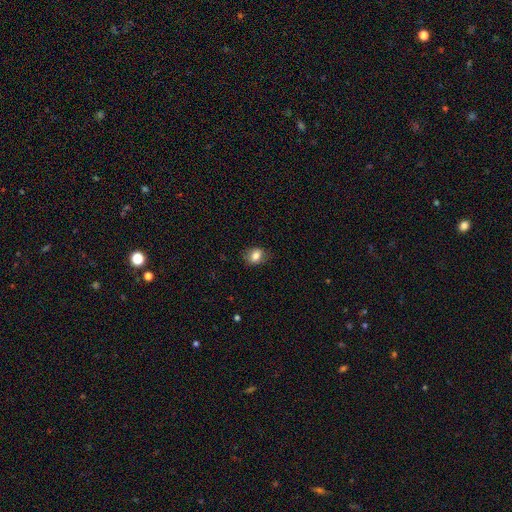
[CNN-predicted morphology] Smooth or featured? smooth (82%)
How rounded? in between (54%)
Merging? none (80%)